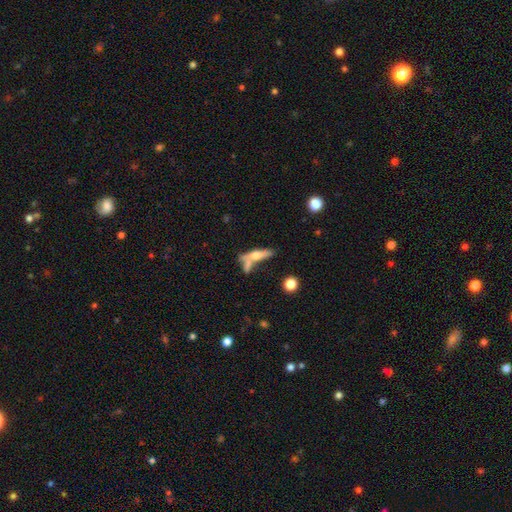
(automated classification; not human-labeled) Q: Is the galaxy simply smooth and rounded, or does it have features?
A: smooth — 46%.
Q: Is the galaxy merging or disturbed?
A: none — 45%.